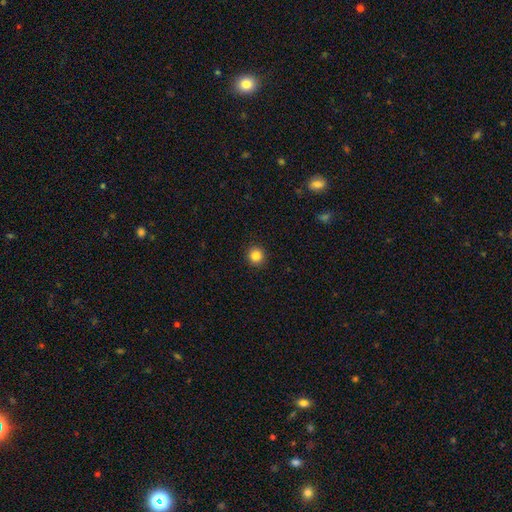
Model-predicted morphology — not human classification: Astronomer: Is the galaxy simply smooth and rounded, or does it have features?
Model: smooth — 85%.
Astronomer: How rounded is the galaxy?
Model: round — 93%.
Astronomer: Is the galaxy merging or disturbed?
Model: none — 93%.